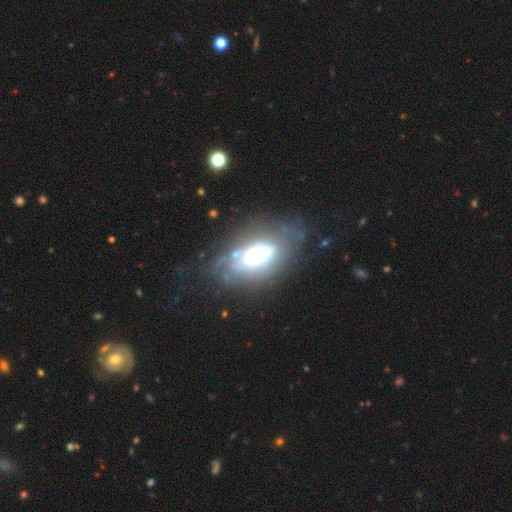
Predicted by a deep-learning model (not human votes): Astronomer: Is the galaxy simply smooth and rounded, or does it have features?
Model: featured or disk — 63%.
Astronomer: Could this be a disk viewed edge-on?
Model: no — 90%.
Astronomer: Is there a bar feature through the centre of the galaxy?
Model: no — 62%.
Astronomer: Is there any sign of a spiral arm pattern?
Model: no — 54% (runner-up: yes, 46%).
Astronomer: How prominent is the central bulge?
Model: large — 42% (runner-up: moderate, 34%).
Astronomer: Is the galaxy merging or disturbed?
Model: none — 48% (runner-up: major disturbance, 24%).